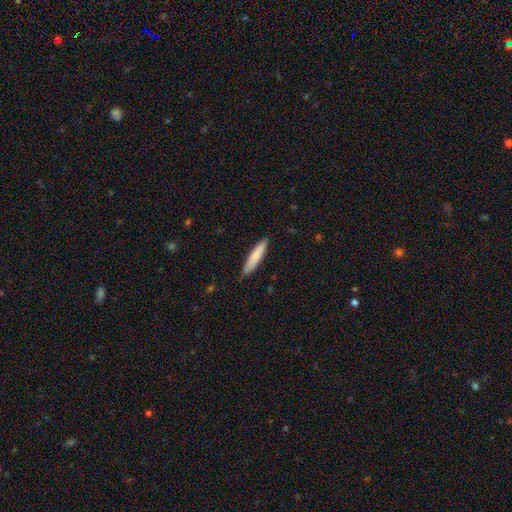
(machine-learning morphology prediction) Smooth or featured?
  - smooth: 80% *
  - featured or disk: 14%
  - star or artifact: 5%
How rounded?
  - cigar-shaped: 87% *
  - in between: 12%
  - round: 1%
Merging?
  - none: 86% *
  - minor disturbance: 11%
  - major disturbance: 2%
  - merger: 1%